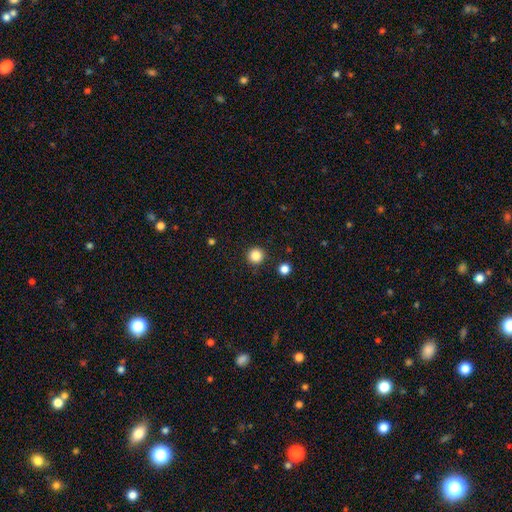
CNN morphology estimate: Overall: smooth (85%). How rounded: round (96%). Merging: none (91%).